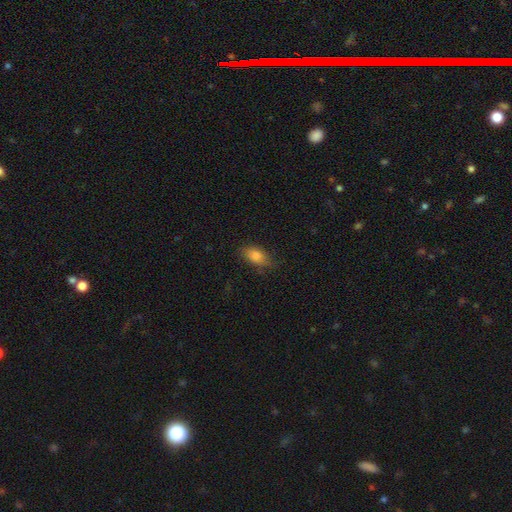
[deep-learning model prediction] Smooth or featured: smooth — 82% (featured or disk — 9%)
How rounded: in between — 85% (cigar-shaped — 8%)
Merging: none — 73% (minor disturbance — 21%)